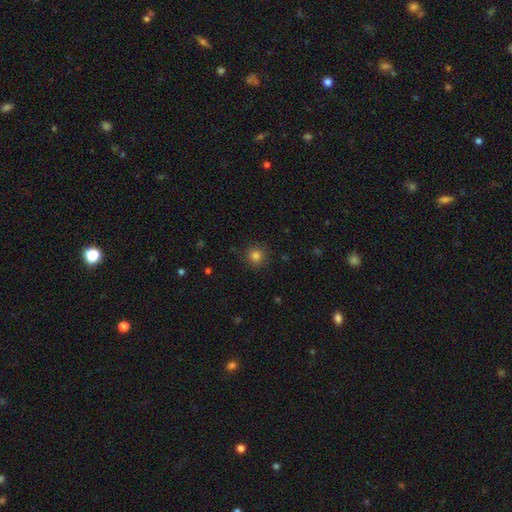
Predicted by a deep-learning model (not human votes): This is clearly a smooth galaxy (82%). How rounded: clearly round (94%). Merging: clearly none (89%).